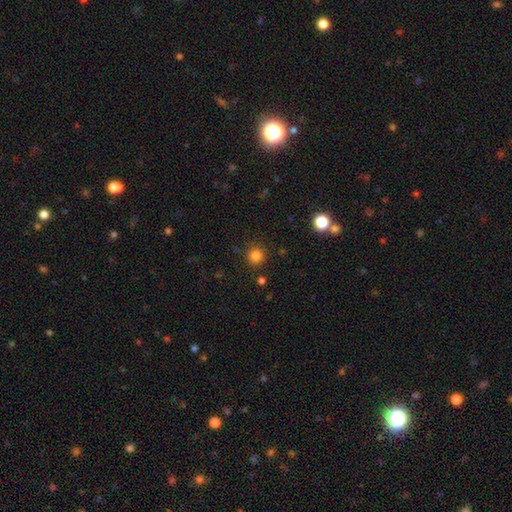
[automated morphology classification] Smooth or featured?
  - smooth: 82% *
  - star or artifact: 13%
  - featured or disk: 5%
How rounded?
  - round: 94% *
  - in between: 5%
  - cigar-shaped: 1%
Merging?
  - none: 88% *
  - minor disturbance: 7%
  - major disturbance: 3%
  - merger: 2%